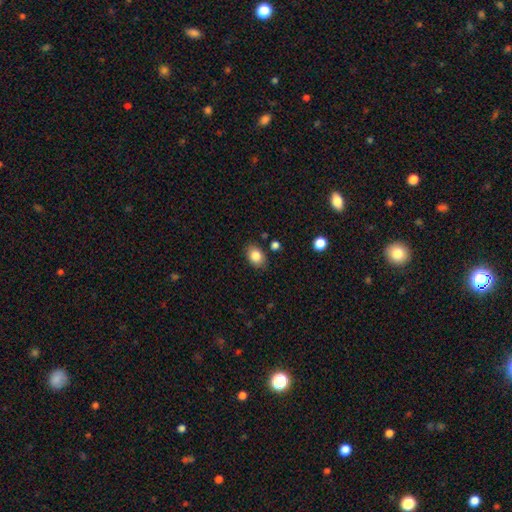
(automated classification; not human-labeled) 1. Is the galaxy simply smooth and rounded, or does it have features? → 84% smooth, 9% star or artifact, 7% featured or disk.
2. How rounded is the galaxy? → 77% in between, 22% round, 1% cigar-shaped.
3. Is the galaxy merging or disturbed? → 82% none, 12% minor disturbance, 3% major disturbance, 3% merger.